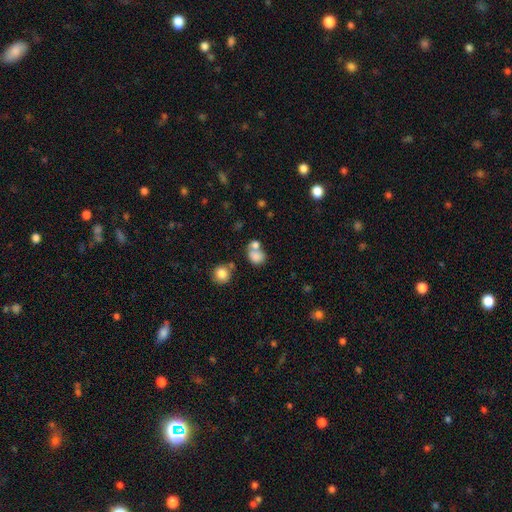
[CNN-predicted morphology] Q: Smooth or featured?
A: smooth (77%); runner-up: star or artifact (12%)
Q: How rounded?
A: round (53%); runner-up: in between (46%)
Q: Merging?
A: merger (45%); runner-up: none (35%)